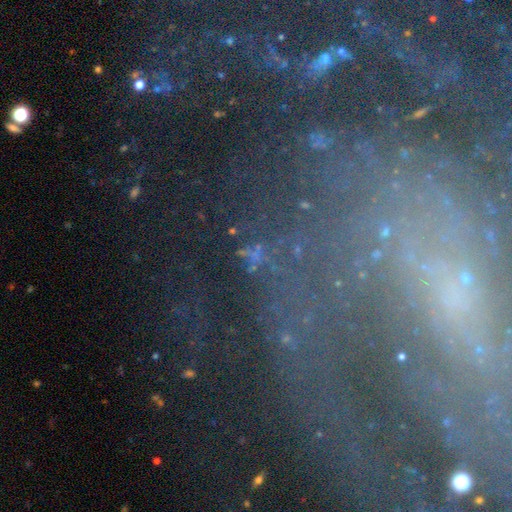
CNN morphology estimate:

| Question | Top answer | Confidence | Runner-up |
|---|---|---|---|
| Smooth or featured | star or artifact | 60% | featured or disk (24%) |